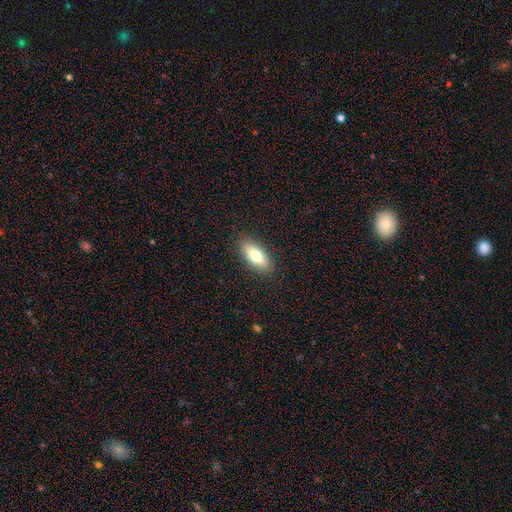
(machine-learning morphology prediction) Smooth or featured? Predicted: smooth (p=0.77). How rounded? Predicted: in between (p=0.80). Merging? Predicted: none (p=0.88).